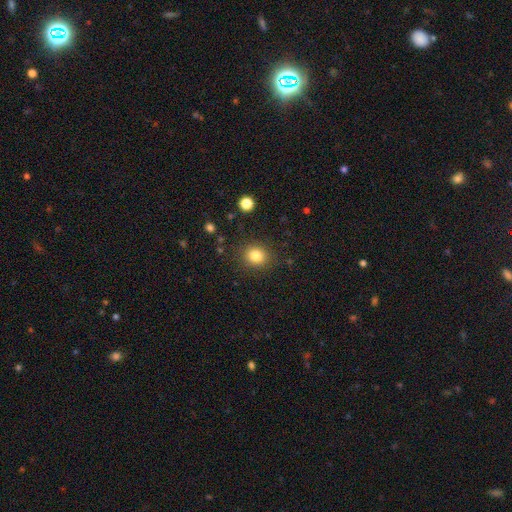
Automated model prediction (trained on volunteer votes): Morphology: type=smooth (83%); roundness=round (76%); merging=none (87%).